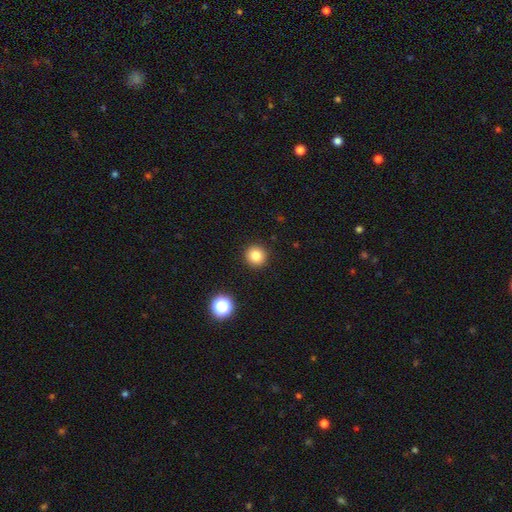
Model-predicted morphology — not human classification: A smooth galaxy with no disk features (82%) that is round (95%).

Vote fractions:
- Smooth or featured? smooth: 82% / star or artifact: 12% / featured or disk: 6%
- How rounded? round: 95% / in between: 4% / cigar-shaped: 1%
- Merging? none: 92% / minor disturbance: 5% / major disturbance: 2% / merger: 1%